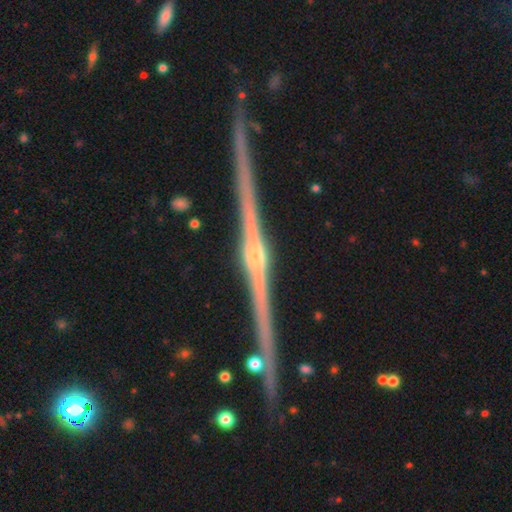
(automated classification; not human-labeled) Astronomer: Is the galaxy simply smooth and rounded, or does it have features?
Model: featured or disk — 92%.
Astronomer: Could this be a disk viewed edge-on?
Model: yes — 99%.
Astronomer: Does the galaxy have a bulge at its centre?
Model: rounded — 87%.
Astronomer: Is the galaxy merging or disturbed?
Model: none — 89%.